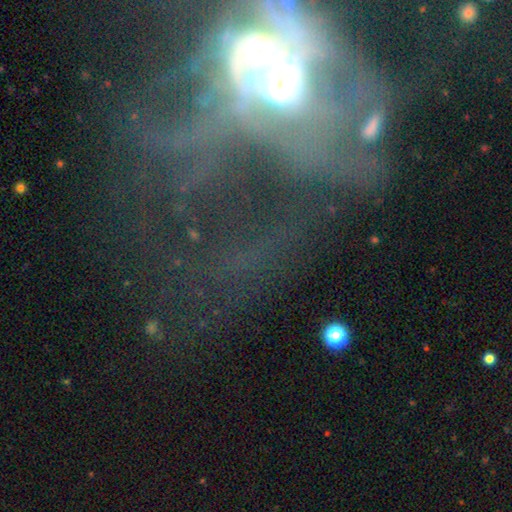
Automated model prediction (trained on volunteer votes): This appears to be a featured or disk galaxy (60%) with no bar (75%), no spiral arms (67%) and a moderate central bulge (56%). Merging: merger (48%).